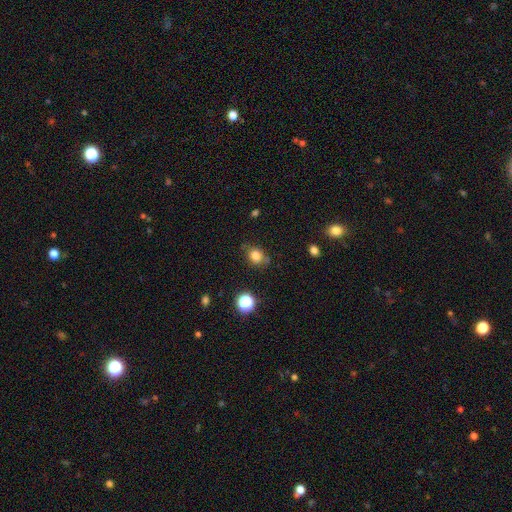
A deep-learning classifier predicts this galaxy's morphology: Smooth or featured? smooth (80%)
How rounded? round (61%)
Merging? none (72%)